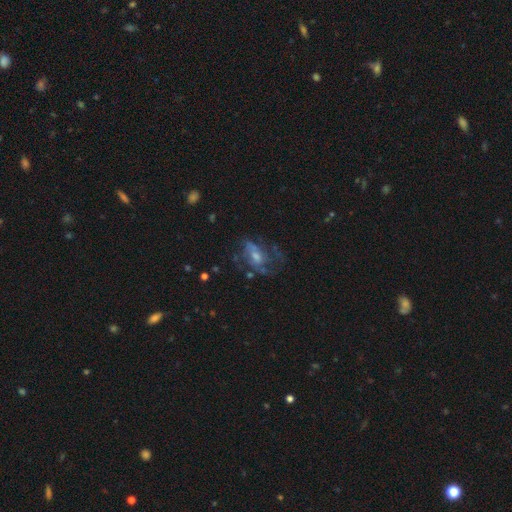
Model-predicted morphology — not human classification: The model was most divided on "merging": major disturbance: 38%, none: 37%, minor disturbance: 21%, merger: 4%. Remaining: edge-on disk — no (95%); bar — no (65%); smooth or featured — featured or disk (60%); spiral arms — yes (53%); bulge size — moderate (50%).